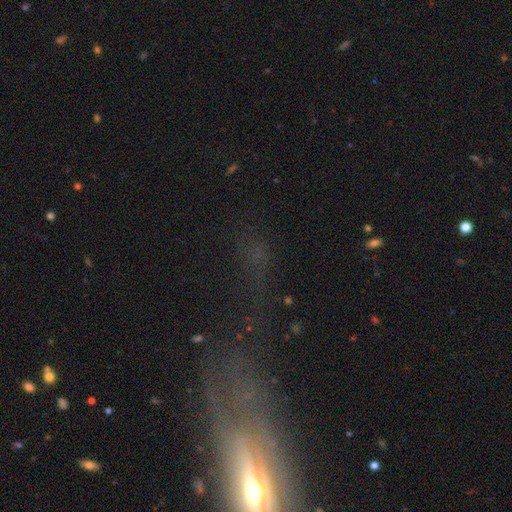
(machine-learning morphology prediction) smooth_or_featured: star or artifact (p=0.47) [alt: featured or disk p=0.27]